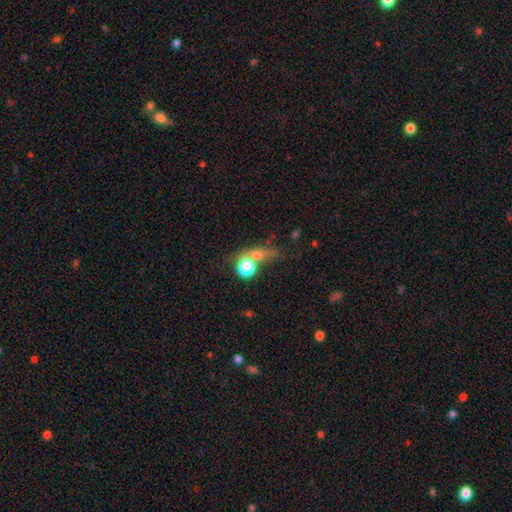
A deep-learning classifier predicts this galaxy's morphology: smooth_or_featured: smooth (p=0.62) [alt: featured or disk p=0.19]
how_rounded: round (p=0.57) [alt: in between p=0.29]
merging: none (p=0.39) [alt: merger p=0.35]